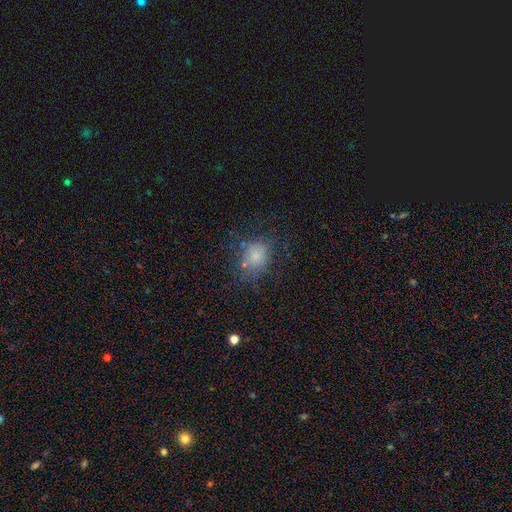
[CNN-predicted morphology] smooth 72%, star or artifact 15%, featured or disk 14%. Down the decision tree: how rounded — round (57%); merging — none (59%).